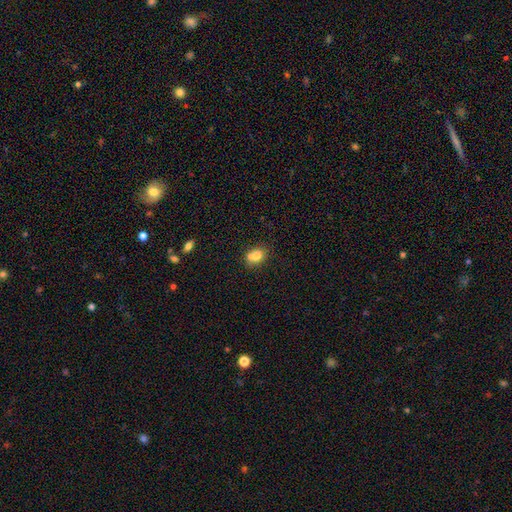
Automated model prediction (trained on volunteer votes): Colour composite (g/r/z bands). It shows a smooth galaxy with no disk features (77%) that is round (51%). Merging: none (46%).